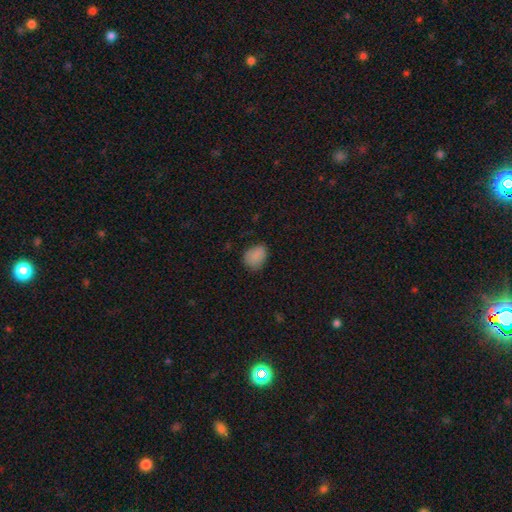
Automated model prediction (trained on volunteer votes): smooth-or-featured: smooth: 84% | star or artifact: 10% | featured or disk: 6%
  how-rounded: in between: 65% | round: 34% | cigar-shaped: 1%
  merging: none: 72% | minor disturbance: 23% | major disturbance: 4% | merger: 1%